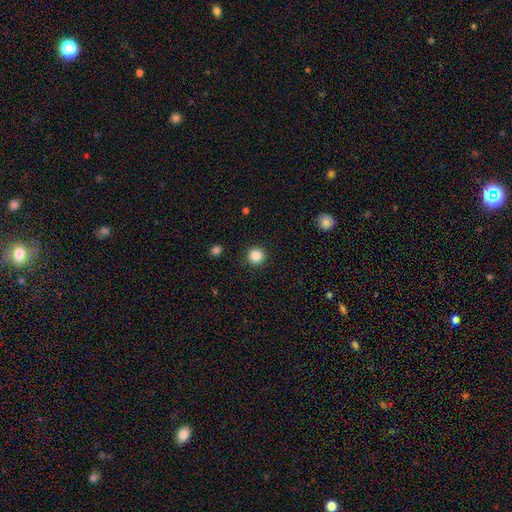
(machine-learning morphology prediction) smooth 86%, star or artifact 11%, featured or disk 4%. Down the decision tree: how rounded — round (95%); merging — none (92%).